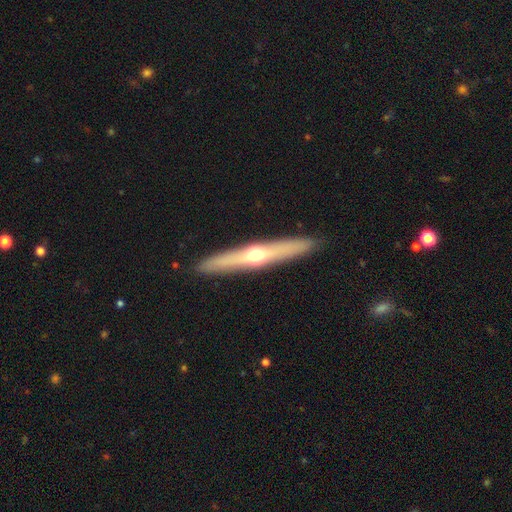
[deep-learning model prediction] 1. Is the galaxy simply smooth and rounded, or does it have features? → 61% featured or disk, 33% smooth, 6% star or artifact.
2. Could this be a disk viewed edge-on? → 94% yes, 6% no.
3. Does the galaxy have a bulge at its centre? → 91% rounded, 7% none, 2% boxy.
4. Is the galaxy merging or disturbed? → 91% none, 7% minor disturbance, 2% major disturbance, 1% merger.